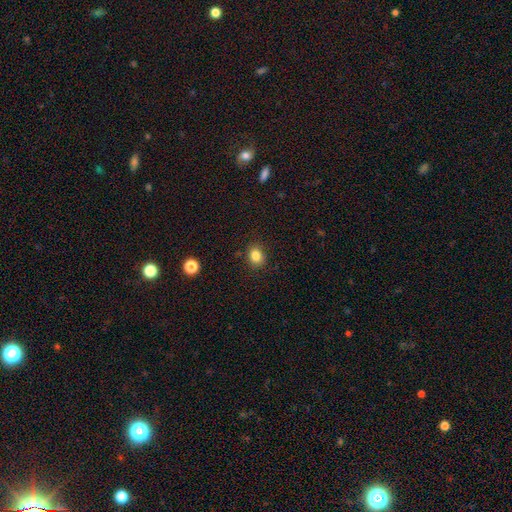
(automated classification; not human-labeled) Smooth or featured?
  - smooth: 83% *
  - star or artifact: 11%
  - featured or disk: 6%
How rounded?
  - round: 53% *
  - in between: 46%
  - cigar-shaped: 1%
Merging?
  - none: 87% *
  - minor disturbance: 9%
  - major disturbance: 2%
  - merger: 1%